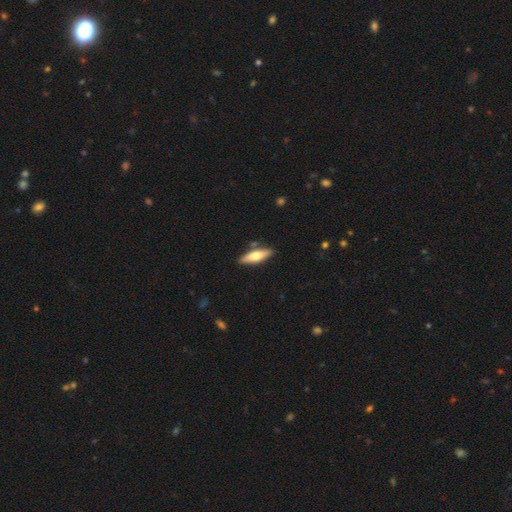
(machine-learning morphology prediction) smooth 60%, featured or disk 34%, star or artifact 5%. Down the decision tree: how rounded — cigar-shaped (53%); merging — none (83%).